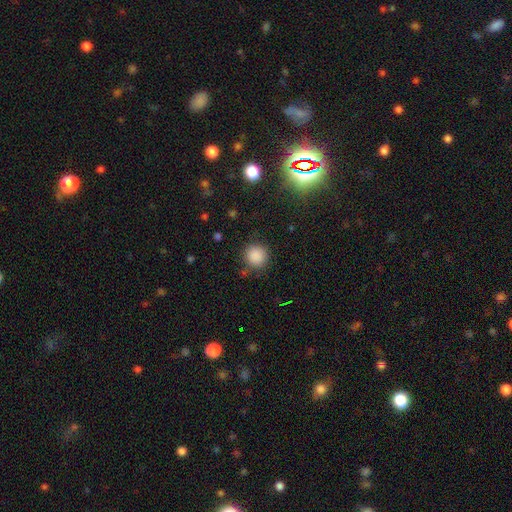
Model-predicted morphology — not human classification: Smooth or featured?
  - smooth: 86% *
  - star or artifact: 11%
  - featured or disk: 3%
How rounded?
  - round: 91% *
  - in between: 8%
  - cigar-shaped: 1%
Merging?
  - none: 85% *
  - minor disturbance: 9%
  - major disturbance: 3%
  - merger: 2%